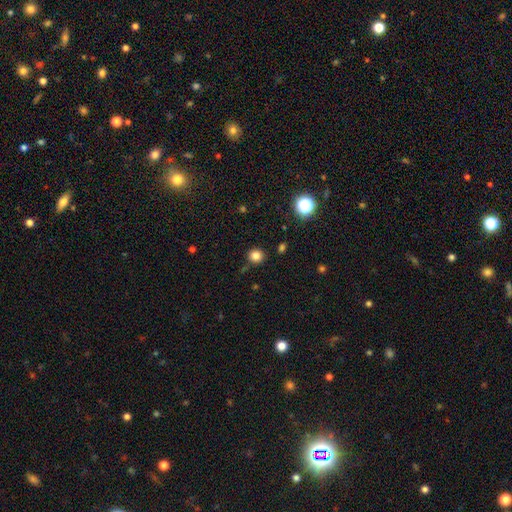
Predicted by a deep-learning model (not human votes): smooth-or-featured: smooth: 81% | star or artifact: 14% | featured or disk: 5%
  how-rounded: round: 88% | in between: 11% | cigar-shaped: 1%
  merging: none: 85% | minor disturbance: 9% | merger: 3% | major disturbance: 3%